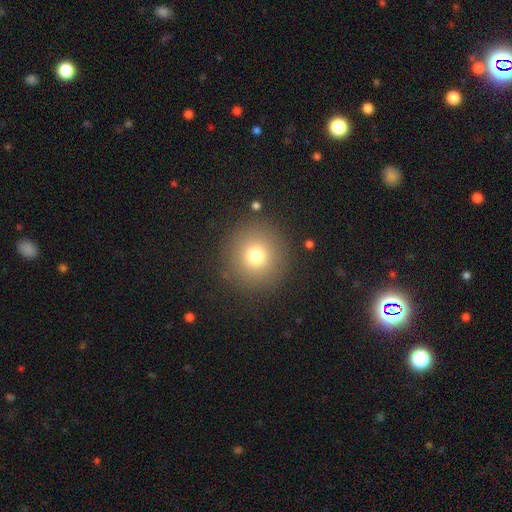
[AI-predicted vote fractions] A smooth galaxy with no disk features (75%) that is round (96%). Merging: none (89%).